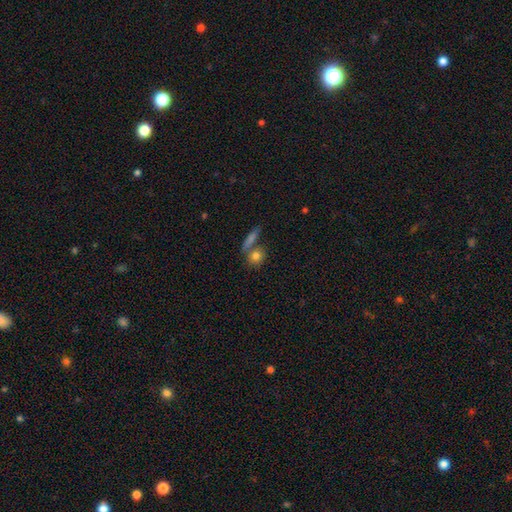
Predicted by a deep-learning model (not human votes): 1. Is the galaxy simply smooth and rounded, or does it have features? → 78% smooth, 12% featured or disk, 9% star or artifact.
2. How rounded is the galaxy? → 73% round, 20% in between, 7% cigar-shaped.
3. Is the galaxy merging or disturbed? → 61% none, 26% merger, 10% minor disturbance, 4% major disturbance.